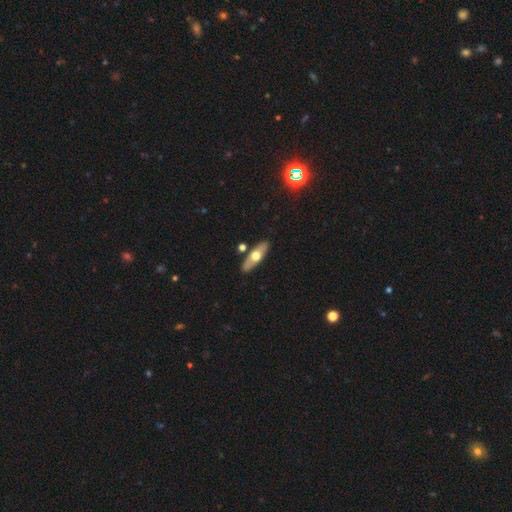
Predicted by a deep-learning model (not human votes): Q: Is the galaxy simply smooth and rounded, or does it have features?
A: smooth — 48%.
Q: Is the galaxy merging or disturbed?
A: none — 84%.